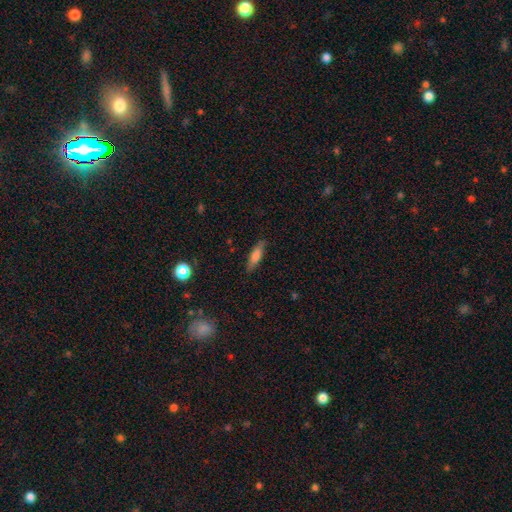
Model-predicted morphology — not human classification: This is likely a smooth galaxy (69%). How rounded: likely cigar-shaped (64%). Merging: clearly none (82%).